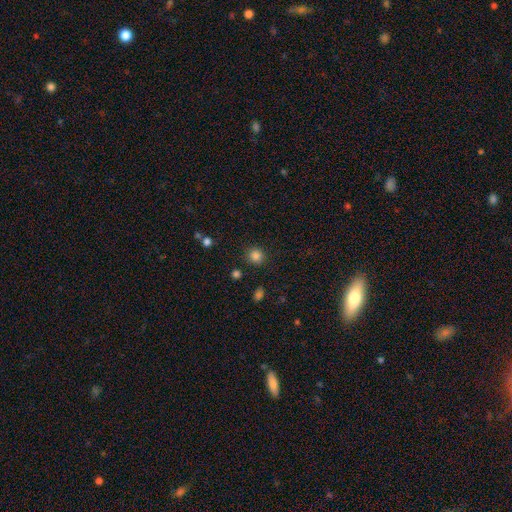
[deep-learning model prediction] Smooth or featured: smooth — 84% (star or artifact — 12%)
How rounded: round — 90% (in between — 9%)
Merging: none — 89% (minor disturbance — 7%)